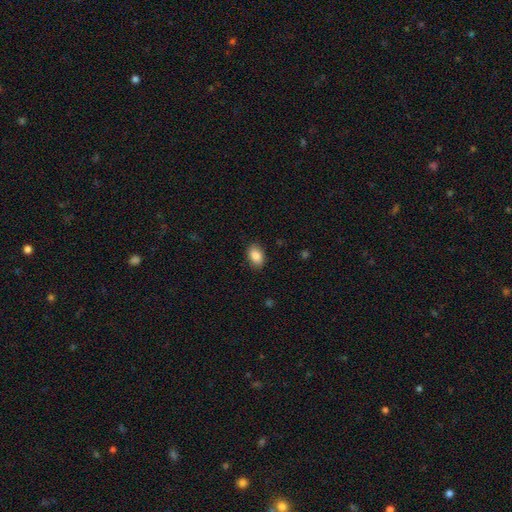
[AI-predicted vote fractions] This appears to be a smooth galaxy with no disk features (87%) that is in between round and cigar-shaped (85%). Merging: none (87%).